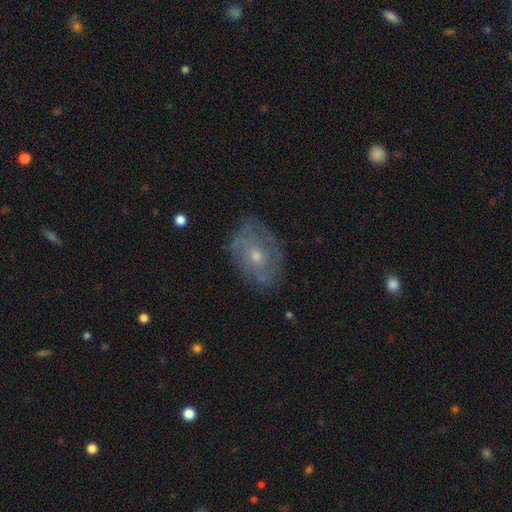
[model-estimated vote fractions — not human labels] smooth-or-featured: featured or disk: 64% | smooth: 27% | star or artifact: 9%
  disk-edge-on: no: 95% | yes: 5%
    bar: no: 82% | weak: 15% | strong: 3%
    has-spiral-arms: yes: 63% | no: 37%
    bulge-size: small: 54% | moderate: 42% | large: 1% | none: 1% | dominant: 1%
  merging: none: 73% | minor disturbance: 19% | major disturbance: 7% | merger: 1%